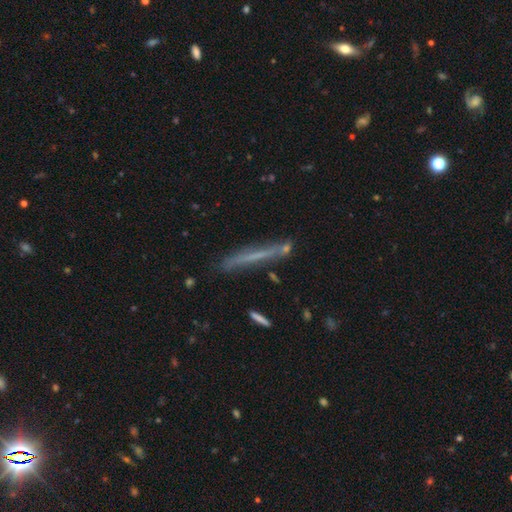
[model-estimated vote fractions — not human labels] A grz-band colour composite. It shows a smooth galaxy with no disk features (50%). Merging: none (78%).